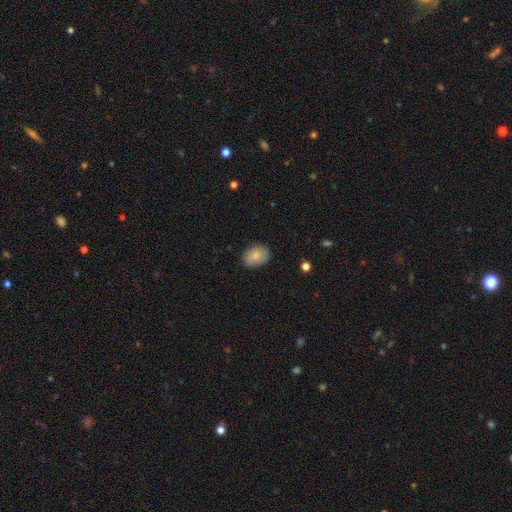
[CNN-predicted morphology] A smooth galaxy with no disk features (83%) that is in between round and cigar-shaped (68%).

Vote fractions:
- Smooth or featured? smooth: 83% / featured or disk: 10% / star or artifact: 7%
- How rounded? in between: 68% / round: 31% / cigar-shaped: 1%
- Merging? none: 83% / minor disturbance: 13% / major disturbance: 3% / merger: 1%